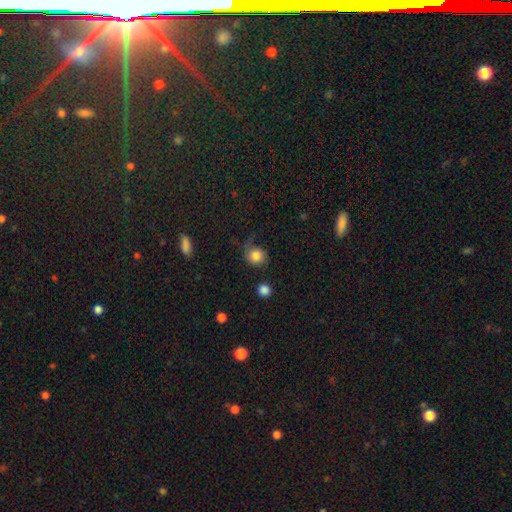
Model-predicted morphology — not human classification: The model was most divided on "merging": none: 51%, minor disturbance: 25%, major disturbance: 20%, merger: 4%. More confident: smooth or featured — smooth (80%); how rounded — round (77%).